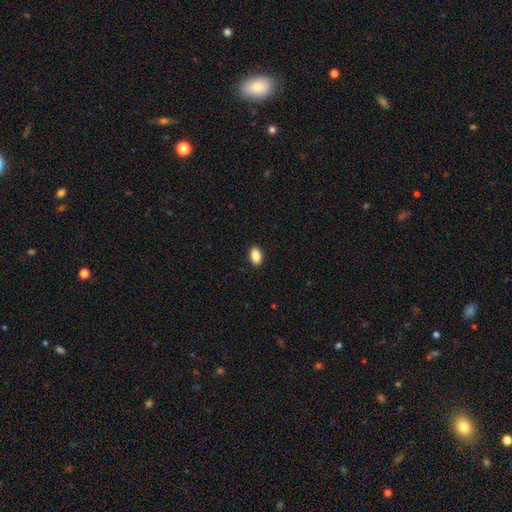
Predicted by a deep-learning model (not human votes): Q: Smooth or featured?
A: smooth (87%); runner-up: star or artifact (7%)
Q: How rounded?
A: in between (90%); runner-up: round (7%)
Q: Merging?
A: none (91%); runner-up: minor disturbance (7%)